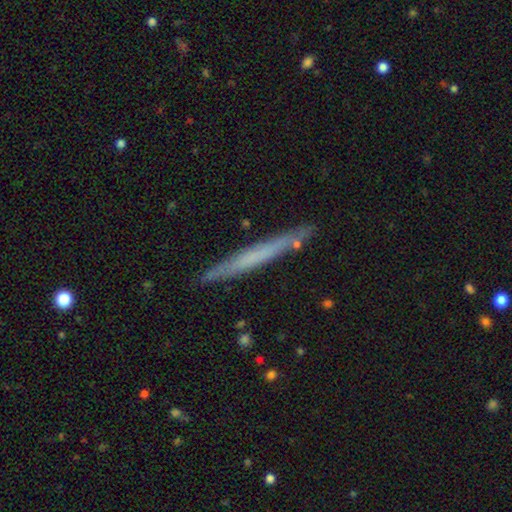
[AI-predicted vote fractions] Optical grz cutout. It shows a featured or disk galaxy (48%). Merging: none (87%).